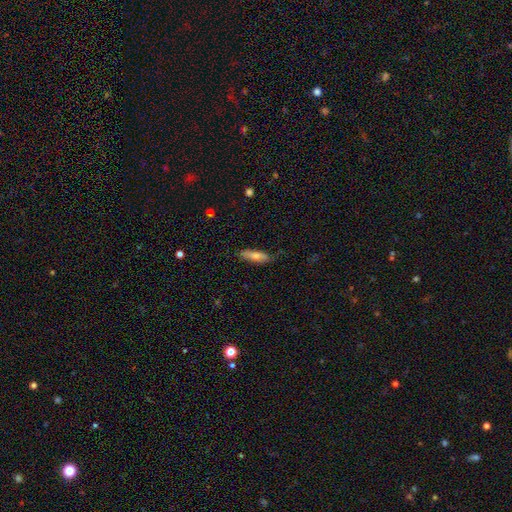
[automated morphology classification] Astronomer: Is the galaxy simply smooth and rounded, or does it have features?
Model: smooth — 63%.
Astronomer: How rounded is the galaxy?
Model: cigar-shaped — 71%.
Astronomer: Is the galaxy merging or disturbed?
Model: none — 76%.